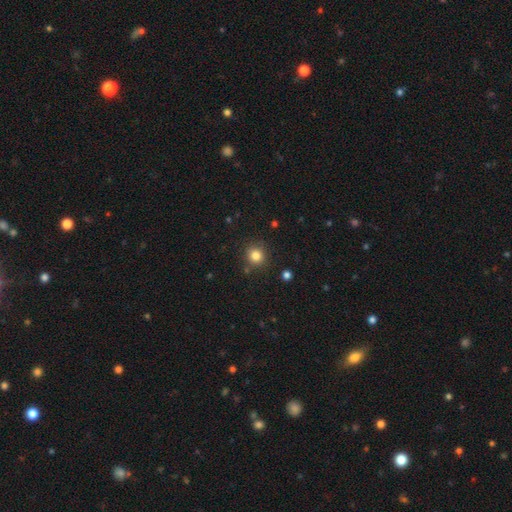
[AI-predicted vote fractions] A smooth galaxy with no disk features (82%) that is round (89%).

Vote fractions:
- Smooth or featured? smooth: 82% / star or artifact: 13% / featured or disk: 6%
- How rounded? round: 89% / in between: 10% / cigar-shaped: 1%
- Merging? none: 84% / minor disturbance: 9% / merger: 4% / major disturbance: 3%